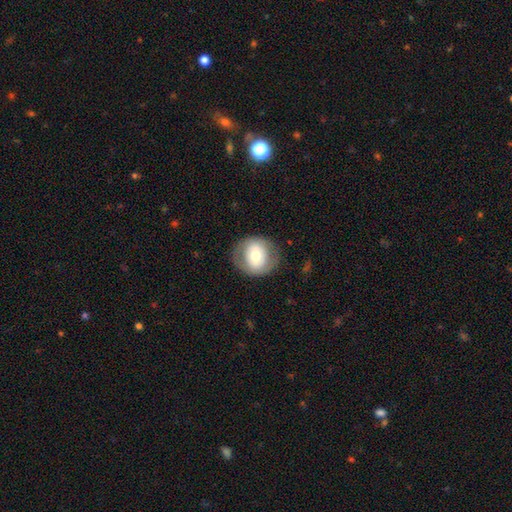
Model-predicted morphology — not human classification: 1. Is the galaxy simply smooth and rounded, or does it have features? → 56% smooth, 37% featured or disk, 7% star or artifact.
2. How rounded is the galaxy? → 80% round, 19% in between, 1% cigar-shaped.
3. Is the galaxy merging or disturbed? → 78% none, 13% minor disturbance, 7% major disturbance, 1% merger.